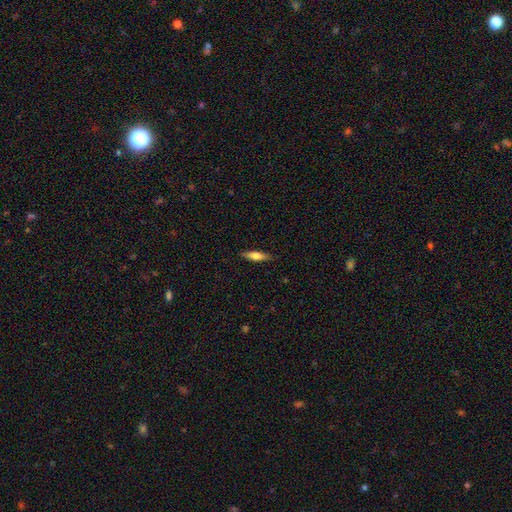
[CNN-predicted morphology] Q: Smooth or featured?
A: smooth (63%); runner-up: featured or disk (30%)
Q: How rounded?
A: cigar-shaped (66%); runner-up: in between (32%)
Q: Merging?
A: none (86%); runner-up: minor disturbance (10%)